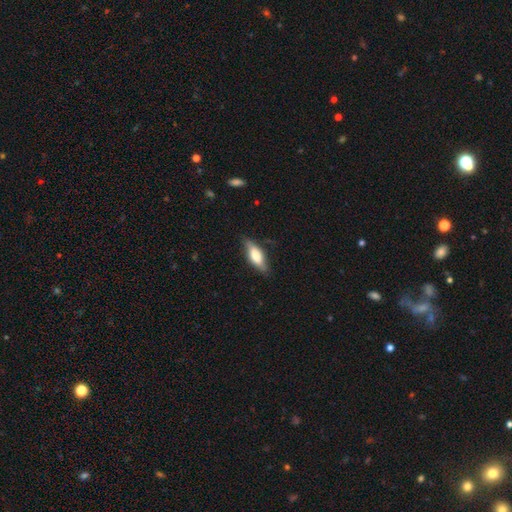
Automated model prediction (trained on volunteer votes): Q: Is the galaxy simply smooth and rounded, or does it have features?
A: smooth — 60%.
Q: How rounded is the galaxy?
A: in between — 63%.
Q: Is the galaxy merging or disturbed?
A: none — 76%.